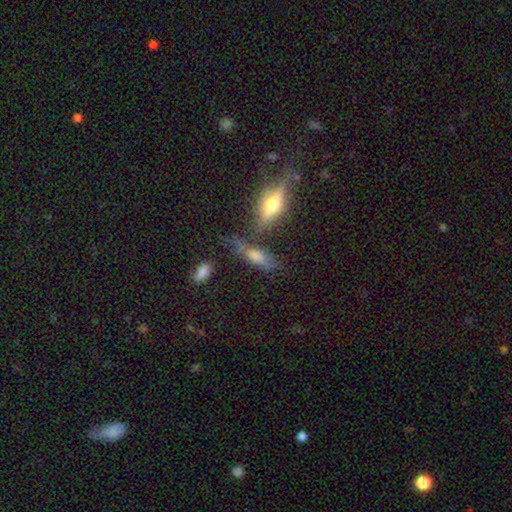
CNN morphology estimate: Overall: smooth (52%; featured or disk 34%). How rounded: in between (54%; cigar-shaped 42%). Merging: none (55%; minor disturbance 19%).